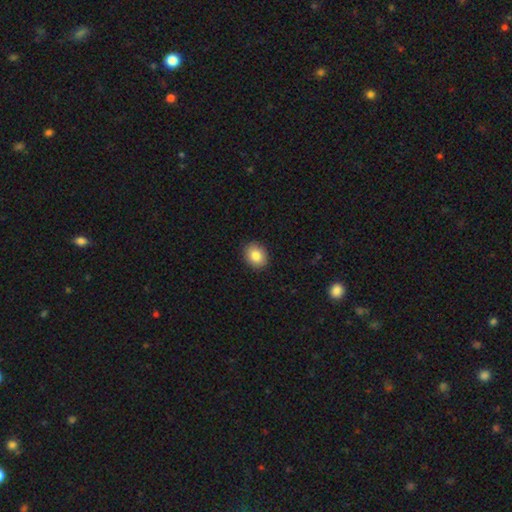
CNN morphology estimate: A smooth galaxy with no disk features (83%) that is round (51%).

Vote fractions:
- Smooth or featured? smooth: 83% / star or artifact: 9% / featured or disk: 8%
- How rounded? round: 51% / in between: 48% / cigar-shaped: 1%
- Merging? none: 90% / minor disturbance: 7% / major disturbance: 2% / merger: 1%